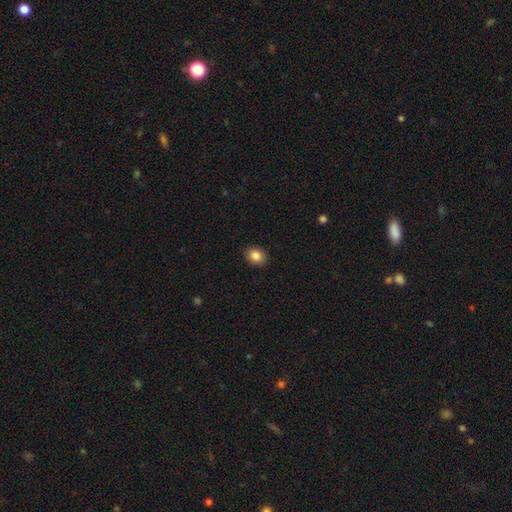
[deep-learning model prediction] This is clearly a smooth galaxy (85%). How rounded: possibly round (52%). Merging: clearly none (90%).